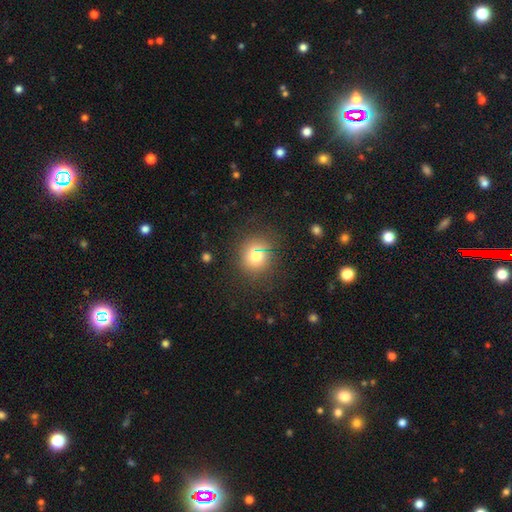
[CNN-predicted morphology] smooth-or-featured: smooth: 72% | star or artifact: 18% | featured or disk: 10%
  how-rounded: round: 87% | in between: 12% | cigar-shaped: 1%
  merging: none: 81% | minor disturbance: 11% | major disturbance: 5% | merger: 3%